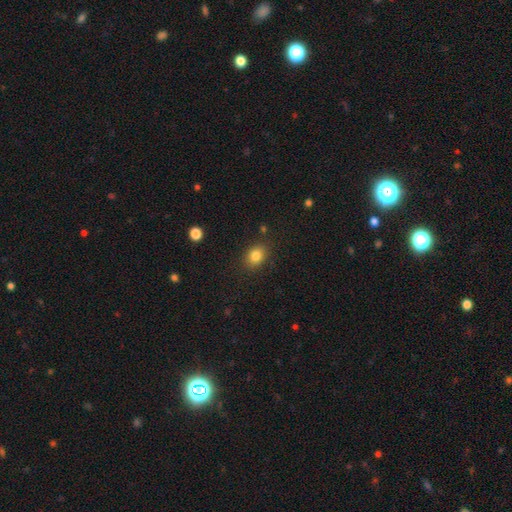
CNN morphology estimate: type=smooth (83%); roundness=in between (53%); merging=none (85%).